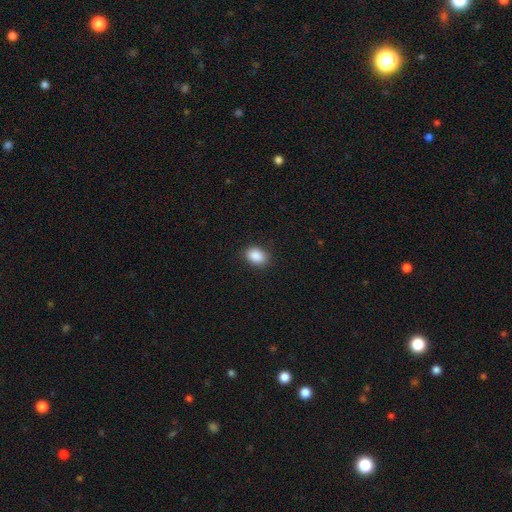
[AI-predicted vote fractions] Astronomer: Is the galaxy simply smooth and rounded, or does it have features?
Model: smooth — 89%.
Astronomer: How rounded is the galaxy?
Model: in between — 75%.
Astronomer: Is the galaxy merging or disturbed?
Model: none — 86%.